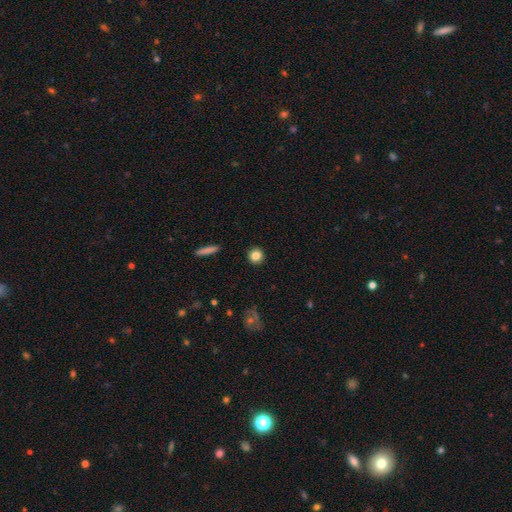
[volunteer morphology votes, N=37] A smooth galaxy with no disk features (86%) that is round (88%). Merging: none (91%).